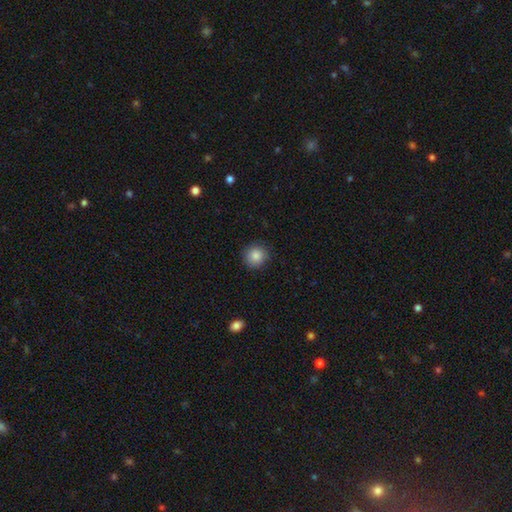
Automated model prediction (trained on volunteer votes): Smooth or featured: smooth — 87% (star or artifact — 9%)
How rounded: round — 91% (in between — 8%)
Merging: none — 89% (minor disturbance — 8%)